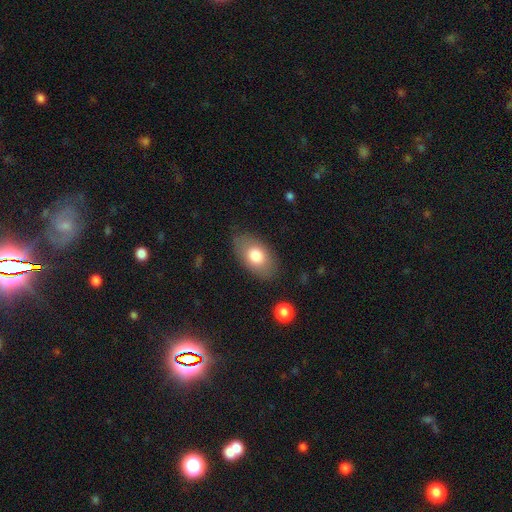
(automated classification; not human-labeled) Q: Smooth or featured?
A: smooth (77%); runner-up: featured or disk (16%)
Q: How rounded?
A: in between (91%); runner-up: round (7%)
Q: Merging?
A: none (80%); runner-up: minor disturbance (15%)